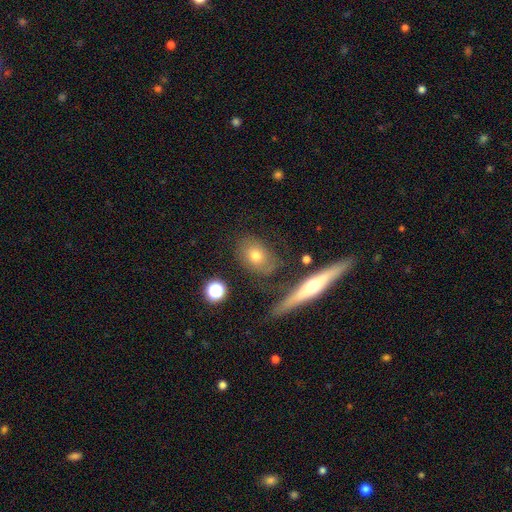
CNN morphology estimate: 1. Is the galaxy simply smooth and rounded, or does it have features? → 64% smooth, 24% featured or disk, 11% star or artifact.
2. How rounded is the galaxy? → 64% in between, 31% round, 4% cigar-shaped.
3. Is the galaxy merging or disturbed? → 68% none, 17% minor disturbance, 8% merger, 8% major disturbance.